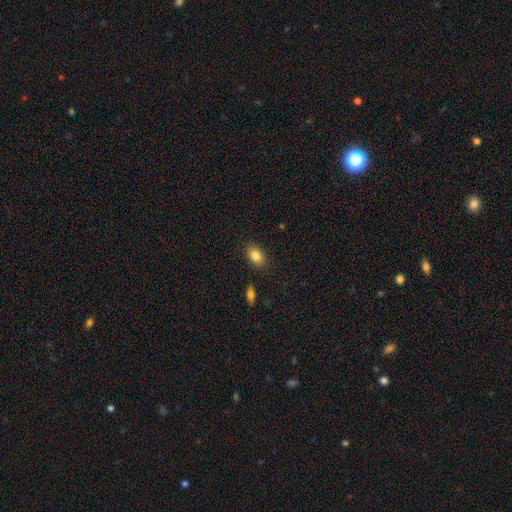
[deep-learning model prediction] The model was most divided on "how rounded": in between: 84%, round: 14%, cigar-shaped: 2%. More confident: merging — none (86%); smooth or featured — smooth (84%).